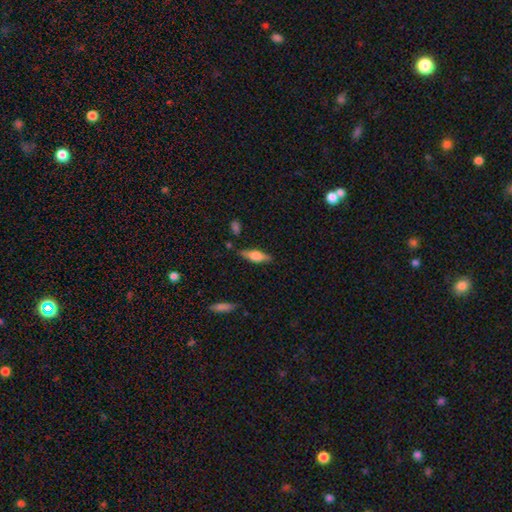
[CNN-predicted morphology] Q: Smooth or featured?
A: smooth (51%); runner-up: featured or disk (43%)
Q: How rounded?
A: in between (49%); runner-up: cigar-shaped (48%)
Q: Merging?
A: none (81%); runner-up: minor disturbance (13%)